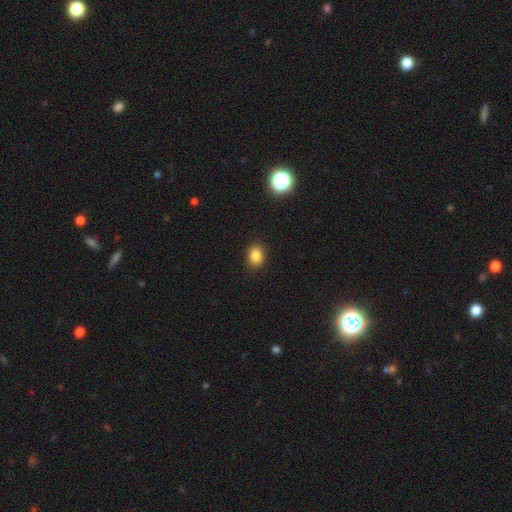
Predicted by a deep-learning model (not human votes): Overall: smooth (84%). How rounded: in between (56%; round 43%). Merging: none (90%).